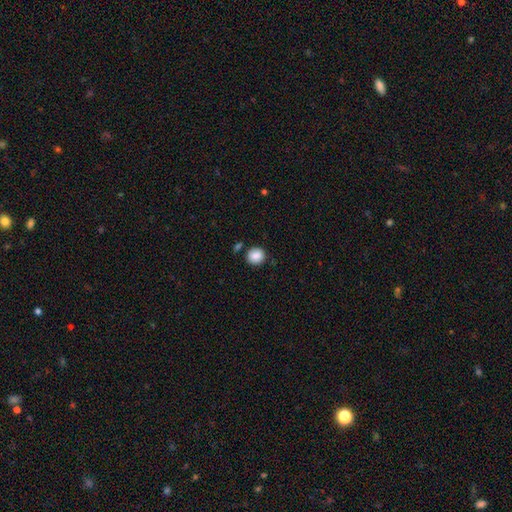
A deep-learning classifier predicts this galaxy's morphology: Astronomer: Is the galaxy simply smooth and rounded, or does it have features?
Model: smooth — 88%.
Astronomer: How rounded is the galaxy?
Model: round — 84%.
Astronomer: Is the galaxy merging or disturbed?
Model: none — 83%.